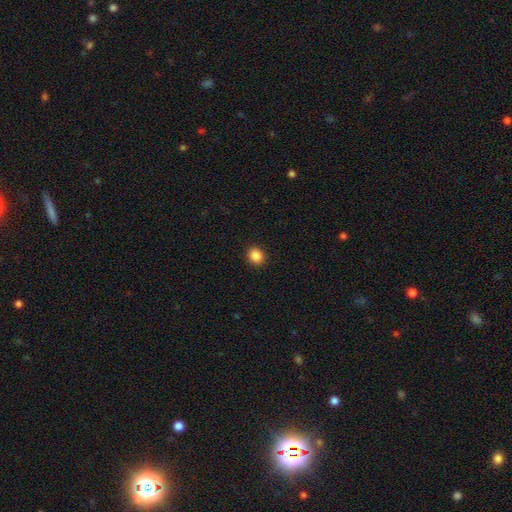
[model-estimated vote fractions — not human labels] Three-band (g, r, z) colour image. It shows a smooth galaxy with no disk features (87%) that is round (78%). Merging: none (91%).